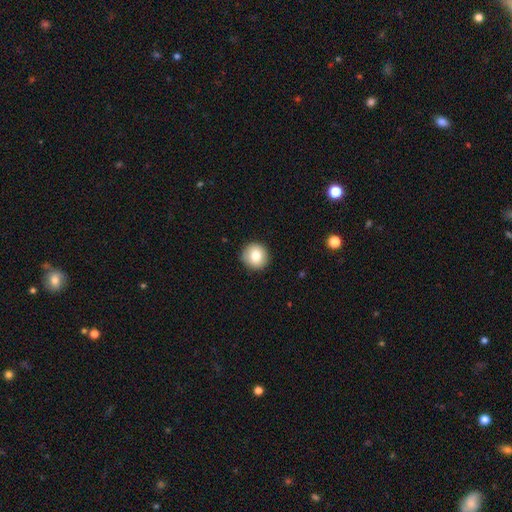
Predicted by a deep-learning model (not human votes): A smooth galaxy with no disk features (81%) that is round (93%). Merging: none (91%).